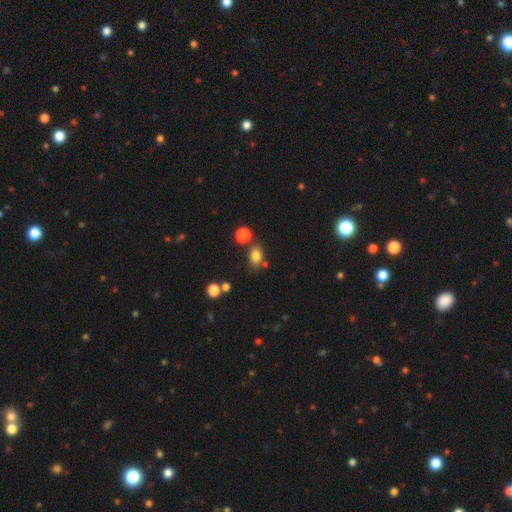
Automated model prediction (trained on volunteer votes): Smooth or featured? Predicted: smooth (p=0.80). How rounded? Predicted: in between (p=0.56). Merging? Predicted: none (p=0.67).